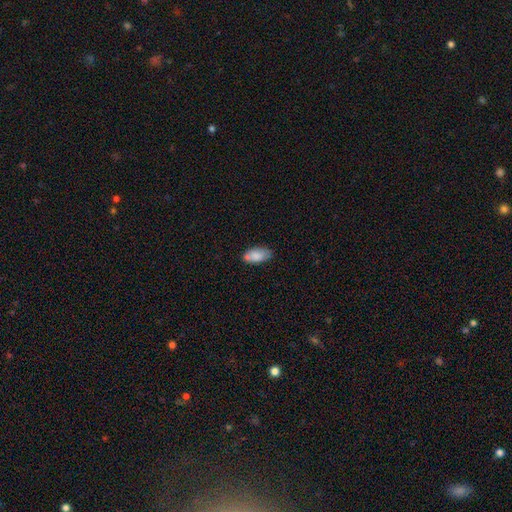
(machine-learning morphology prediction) Smooth or featured: smooth — 82% (featured or disk — 11%)
How rounded: in between — 91% (cigar-shaped — 6%)
Merging: none — 67% (minor disturbance — 21%)